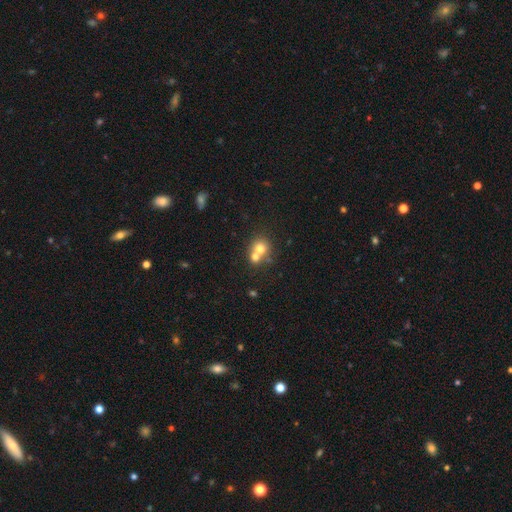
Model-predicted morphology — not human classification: Smooth or featured?
  - smooth: 66% *
  - featured or disk: 18%
  - star or artifact: 17%
How rounded?
  - round: 79% *
  - in between: 20%
  - cigar-shaped: 1%
Merging?
  - merger: 53% *
  - none: 39%
  - minor disturbance: 6%
  - major disturbance: 3%